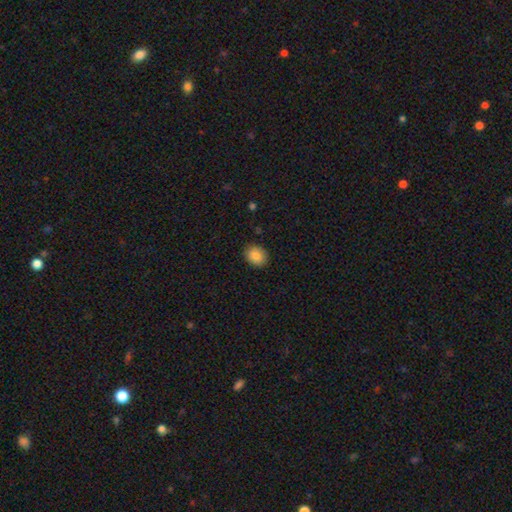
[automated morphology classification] Q: Smooth or featured?
A: smooth (87%); runner-up: star or artifact (8%)
Q: How rounded?
A: round (51%); runner-up: in between (48%)
Q: Merging?
A: none (89%); runner-up: minor disturbance (8%)